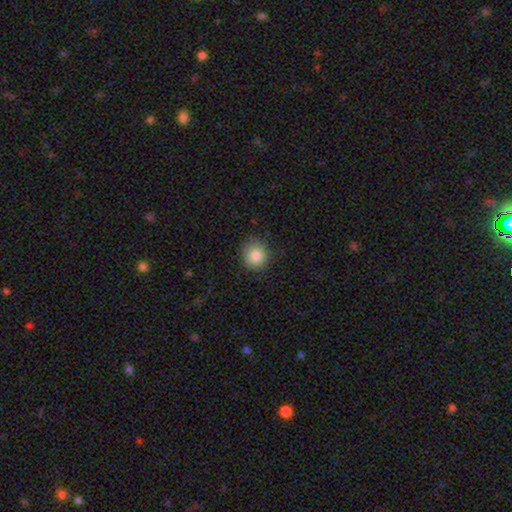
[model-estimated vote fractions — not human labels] smooth-or-featured: smooth: 84% | star or artifact: 9% | featured or disk: 6%
  how-rounded: round: 89% | in between: 10% | cigar-shaped: 1%
  merging: none: 84% | minor disturbance: 12% | major disturbance: 3% | merger: 1%